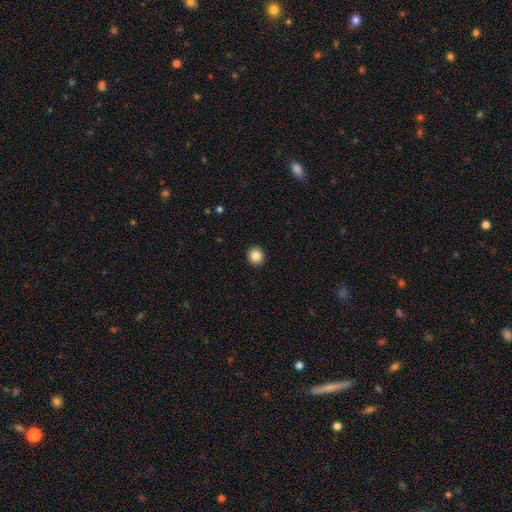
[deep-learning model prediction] Q: Smooth or featured?
A: smooth (85%); runner-up: star or artifact (9%)
Q: How rounded?
A: round (87%); runner-up: in between (12%)
Q: Merging?
A: none (93%); runner-up: minor disturbance (5%)